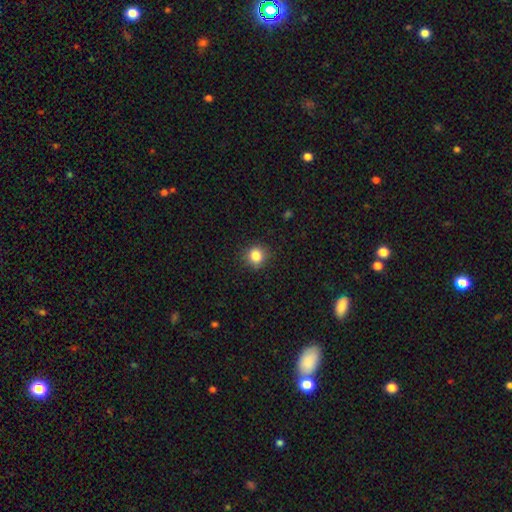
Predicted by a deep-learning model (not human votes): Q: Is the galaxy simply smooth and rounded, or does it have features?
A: smooth — 84%.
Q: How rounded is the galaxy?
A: round — 87%.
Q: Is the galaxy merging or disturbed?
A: none — 88%.